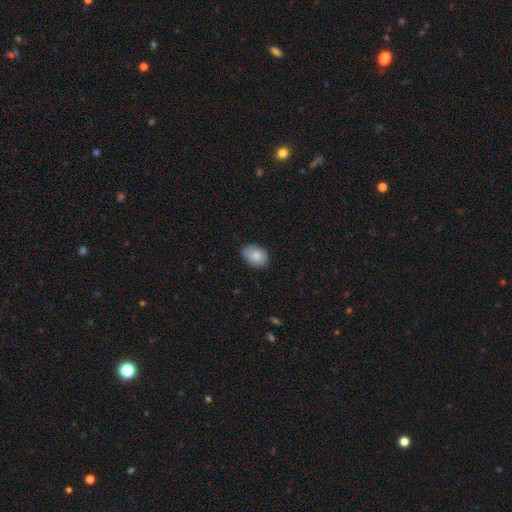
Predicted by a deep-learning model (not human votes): Smooth or featured? Predicted: smooth (p=0.86). How rounded? Predicted: in between (p=0.79). Merging? Predicted: none (p=0.85).